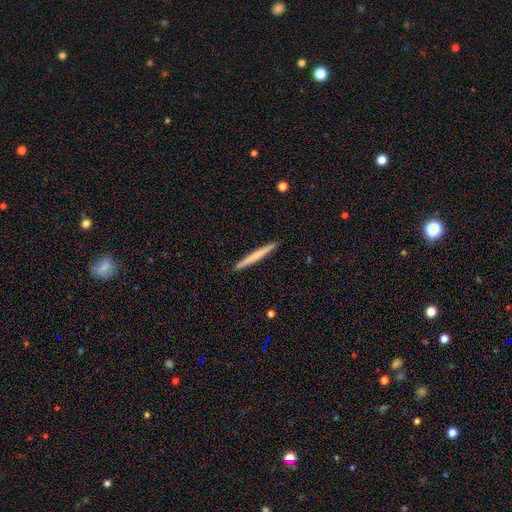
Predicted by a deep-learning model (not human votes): smooth-or-featured: smooth: 64% | featured or disk: 31% | star or artifact: 5%
  how-rounded: cigar-shaped: 97% | in between: 2% | round: 1%
  merging: none: 93% | minor disturbance: 5% | major disturbance: 1% | merger: 1%